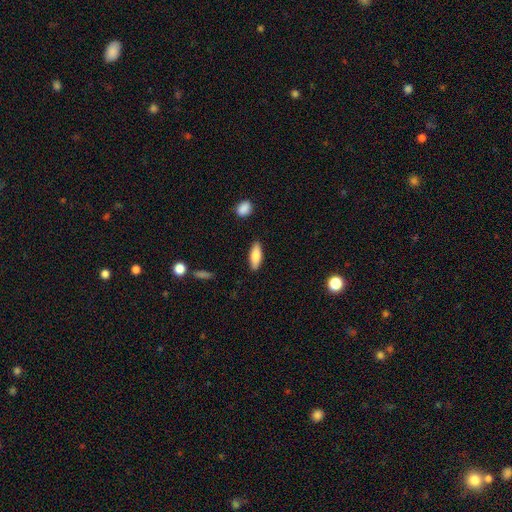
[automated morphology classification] smooth_or_featured: smooth (p=0.81) [alt: featured or disk p=0.13]
how_rounded: in between (p=0.64) [alt: cigar-shaped p=0.34]
merging: none (p=0.87) [alt: minor disturbance p=0.09]